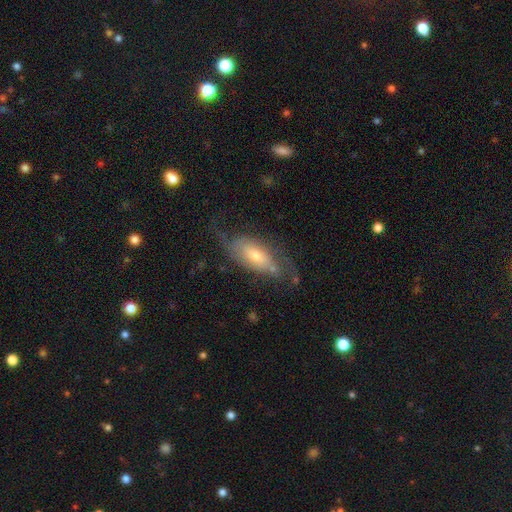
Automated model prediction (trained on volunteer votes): Overall: featured or disk (61%; smooth 32%). Edge-on disk: no (86%). Bar: no (60%; weak 30%). Spiral arms: yes (78%). Bulge size: small (47%; moderate 43%). Merging: none (49%; minor disturbance 24%).